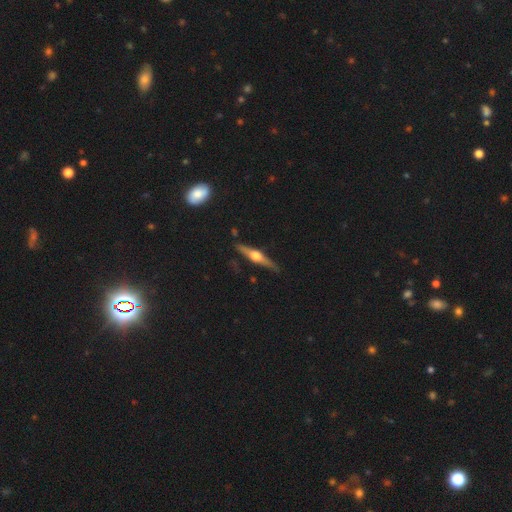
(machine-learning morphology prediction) smooth-or-featured: featured or disk: 80% | smooth: 15% | star or artifact: 5%
  disk-edge-on: yes: 98% | no: 2%
    edge-on-bulge: rounded: 96% | boxy: 3% | none: 2%
  merging: none: 89% | minor disturbance: 8% | major disturbance: 2% | merger: 2%